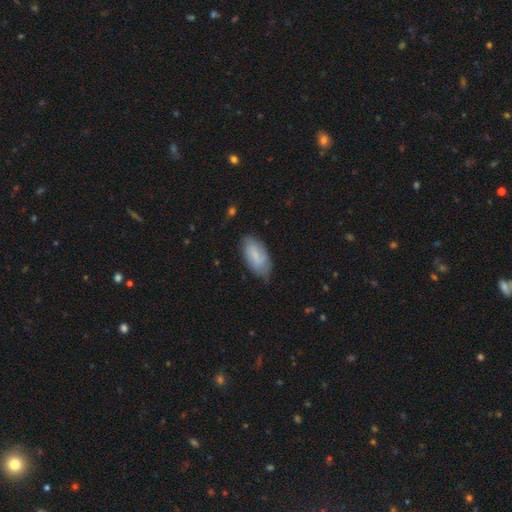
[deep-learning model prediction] A smooth galaxy with no disk features (67%) that is in between round and cigar-shaped (92%).

Vote fractions:
- Smooth or featured? smooth: 67% / featured or disk: 27% / star or artifact: 7%
- How rounded? in between: 92% / cigar-shaped: 6% / round: 2%
- Merging? none: 68% / minor disturbance: 26% / major disturbance: 5% / merger: 1%